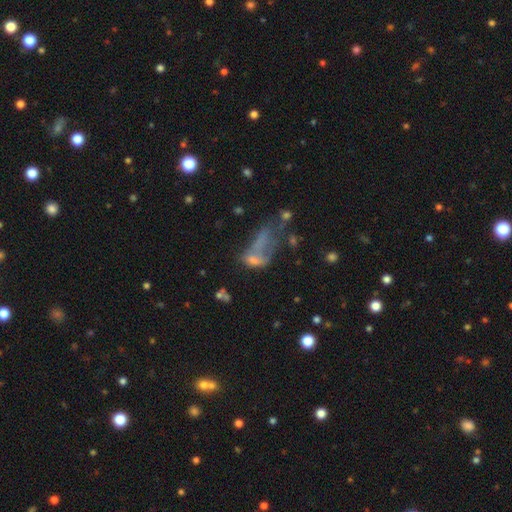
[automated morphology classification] Smooth or featured? Predicted: smooth (p=0.46). Merging? Predicted: major disturbance (p=0.39).